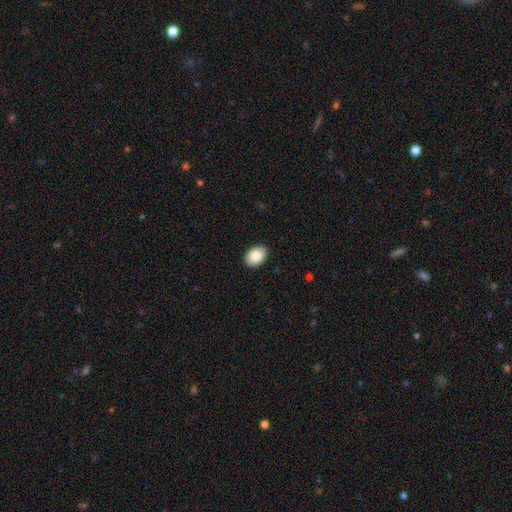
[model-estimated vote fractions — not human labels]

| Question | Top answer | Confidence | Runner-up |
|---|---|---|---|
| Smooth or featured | smooth | 84% | featured or disk (9%) |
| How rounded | in between | 80% | round (19%) |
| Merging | none | 90% | minor disturbance (7%) |